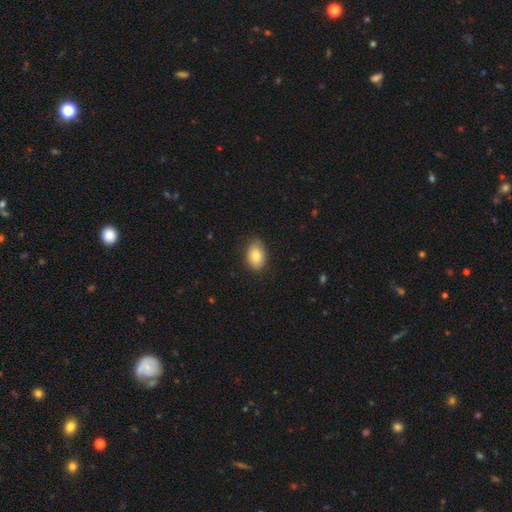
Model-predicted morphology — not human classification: Smooth or featured?
  - smooth: 81% *
  - featured or disk: 12%
  - star or artifact: 7%
How rounded?
  - in between: 86% *
  - round: 13%
  - cigar-shaped: 1%
Merging?
  - none: 85% *
  - minor disturbance: 12%
  - major disturbance: 2%
  - merger: 1%